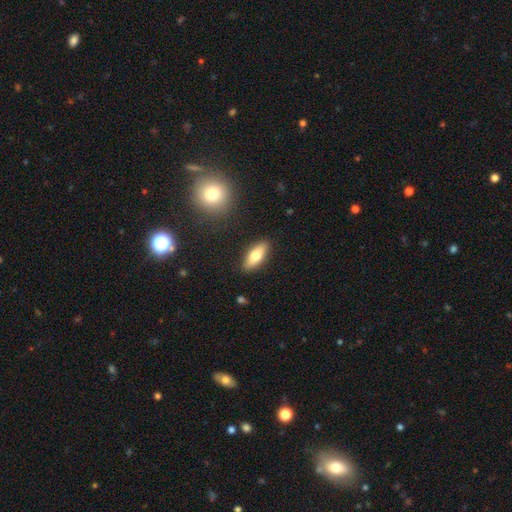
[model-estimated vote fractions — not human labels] Morphology: type=smooth (68%); roundness=in between (71%); merging=none (88%).